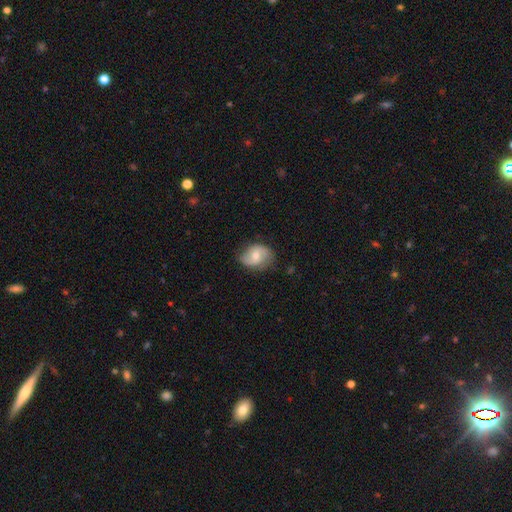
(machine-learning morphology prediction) The model was most divided on "smooth or featured": featured or disk: 54%, smooth: 39%, star or artifact: 7%. More confident: edge-on disk — no (96%); spiral arms — yes (83%); merging — none (70%); bulge size — moderate (58%); bar — no (56%).